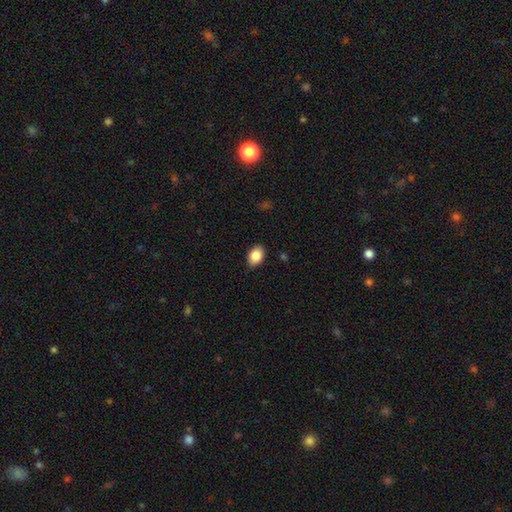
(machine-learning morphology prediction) A smooth galaxy with no disk features (86%) that is in between round and cigar-shaped (81%).

Vote fractions:
- Smooth or featured? smooth: 86% / star or artifact: 8% / featured or disk: 6%
- How rounded? in between: 81% / round: 18% / cigar-shaped: 1%
- Merging? none: 88% / minor disturbance: 9% / major disturbance: 2% / merger: 1%